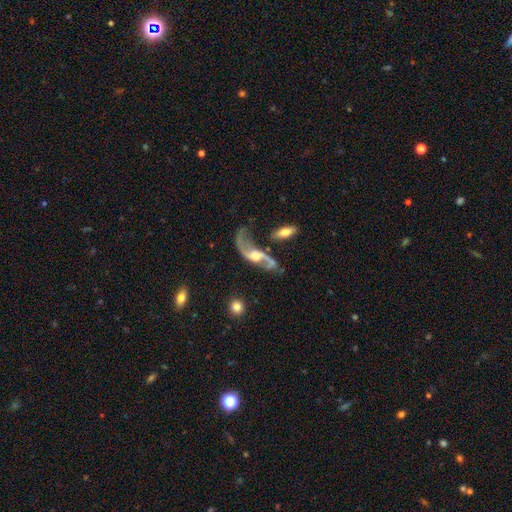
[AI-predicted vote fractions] smooth-or-featured: featured or disk: 88% | smooth: 7% | star or artifact: 5%
  disk-edge-on: no: 92% | yes: 8%
    bar: no: 53% | weak: 34% | strong: 13%
    has-spiral-arms: yes: 94% | no: 6%
      spiral-winding: loose: 86% | medium: 11% | tight: 3%
      spiral-arm-count: 2: 91% | 1: 4% | can't tell: 2% | 3: 1% | 4: 1% | more than 4: 1%
    bulge-size: moderate: 62% | small: 27% | large: 7% | none: 3% | dominant: 1%
  merging: none: 46% | major disturbance: 22% | minor disturbance: 20% | merger: 12%